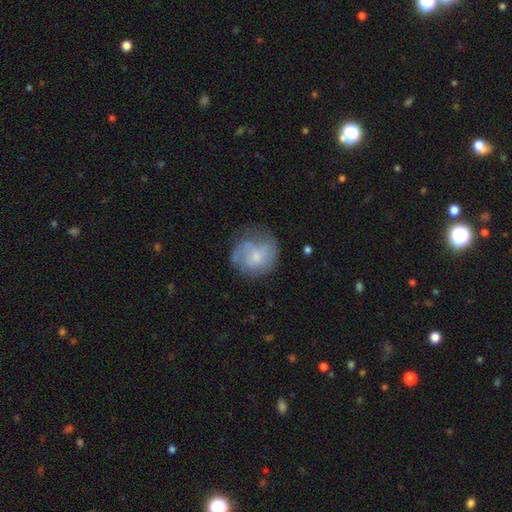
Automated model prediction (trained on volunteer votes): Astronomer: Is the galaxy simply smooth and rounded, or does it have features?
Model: smooth — 48% (runner-up: featured or disk, 44%).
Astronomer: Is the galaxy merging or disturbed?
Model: none — 54%.